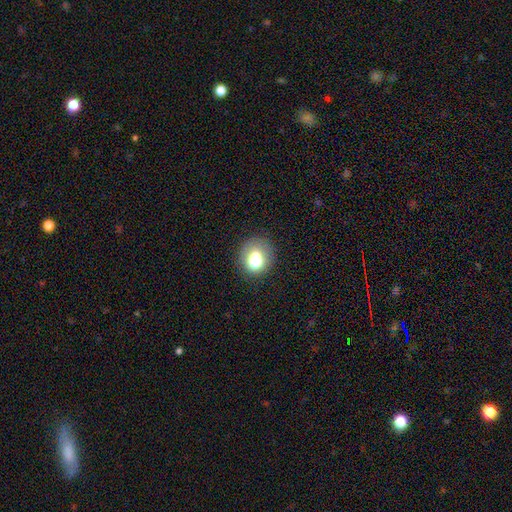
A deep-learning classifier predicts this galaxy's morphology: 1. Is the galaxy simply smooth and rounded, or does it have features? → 69% smooth, 17% featured or disk, 14% star or artifact.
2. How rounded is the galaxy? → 70% round, 29% in between, 1% cigar-shaped.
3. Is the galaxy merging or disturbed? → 67% none, 16% minor disturbance, 9% merger, 8% major disturbance.